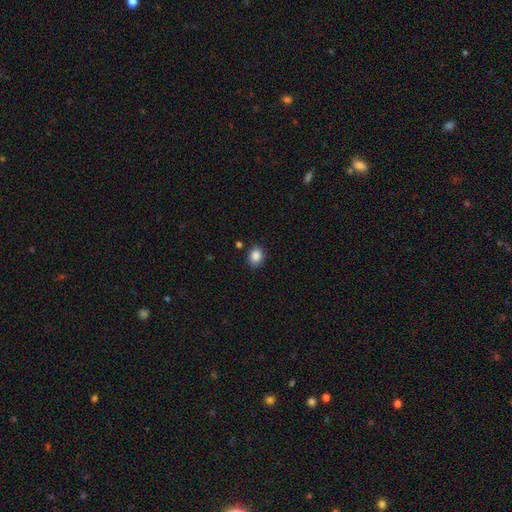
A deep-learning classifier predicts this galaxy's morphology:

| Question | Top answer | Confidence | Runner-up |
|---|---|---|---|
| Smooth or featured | smooth | 87% | star or artifact (9%) |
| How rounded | round | 50% | in between (49%) |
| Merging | none | 85% | minor disturbance (10%) |